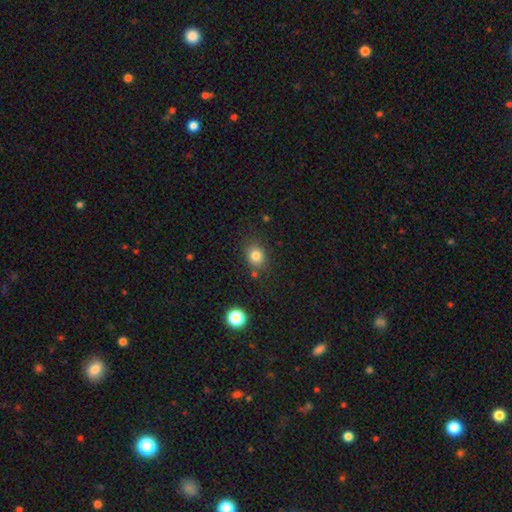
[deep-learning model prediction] A smooth galaxy with no disk features (81%) that is round (58%).

Vote fractions:
- Smooth or featured? smooth: 81% / star or artifact: 12% / featured or disk: 7%
- How rounded? round: 58% / in between: 41% / cigar-shaped: 1%
- Merging? none: 78% / minor disturbance: 13% / merger: 5% / major disturbance: 4%